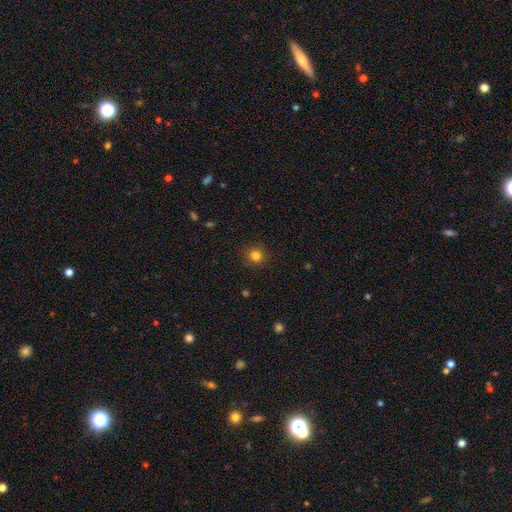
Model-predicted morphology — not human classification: Smooth or featured? Predicted: smooth (p=0.82). How rounded? Predicted: round (p=0.86). Merging? Predicted: none (p=0.89).